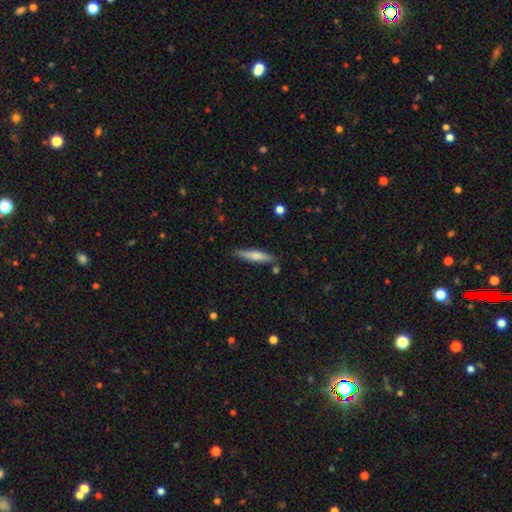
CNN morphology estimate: A smooth galaxy with no disk features (66%) that is cigar-shaped (84%). Merging: none (82%).